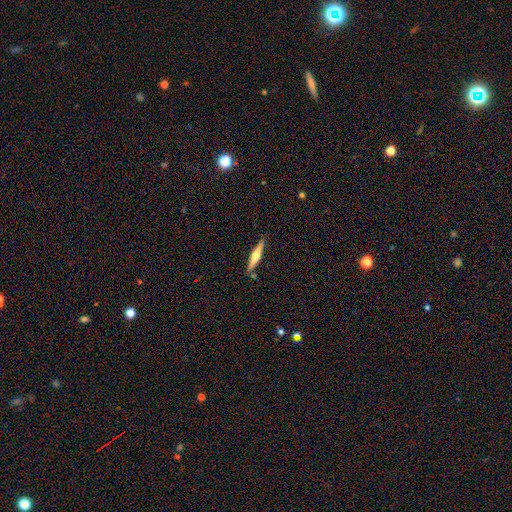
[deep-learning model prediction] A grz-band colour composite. It shows a featured or disk galaxy (60%) viewed edge-on (97%) with a rounded central bulge (88%). Merging: none (85%).